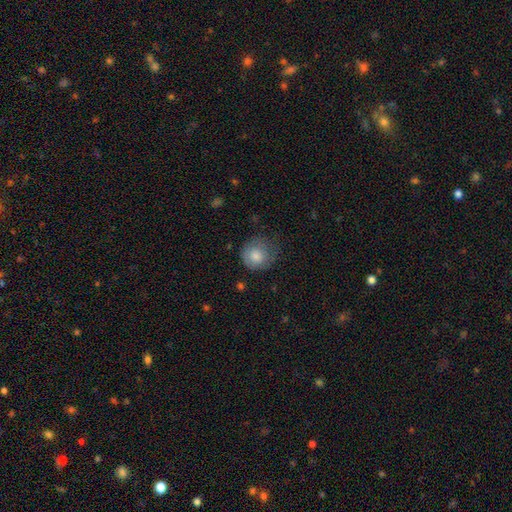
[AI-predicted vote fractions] smooth 80%, featured or disk 13%, star or artifact 7%. Down the decision tree: how rounded — round (87%); merging — none (55%).